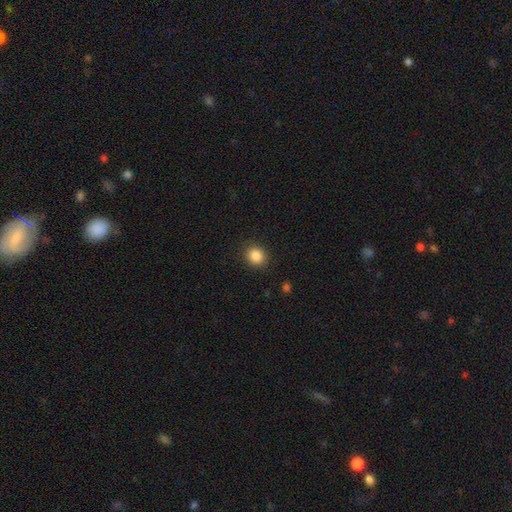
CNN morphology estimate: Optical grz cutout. It shows a smooth galaxy with no disk features (87%) that is round (69%). Merging: none (89%).